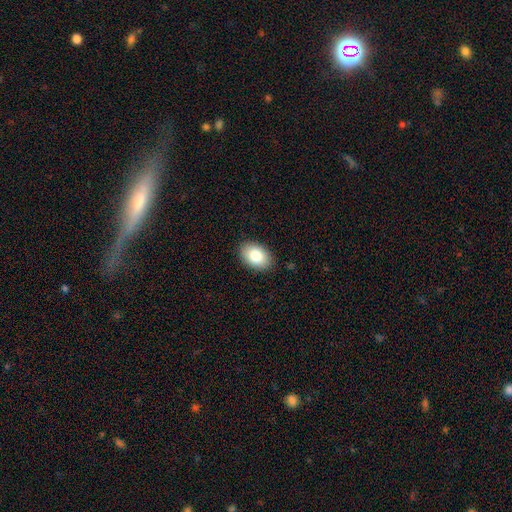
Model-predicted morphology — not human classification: type=smooth (84%); roundness=in between (87%); merging=none (88%).